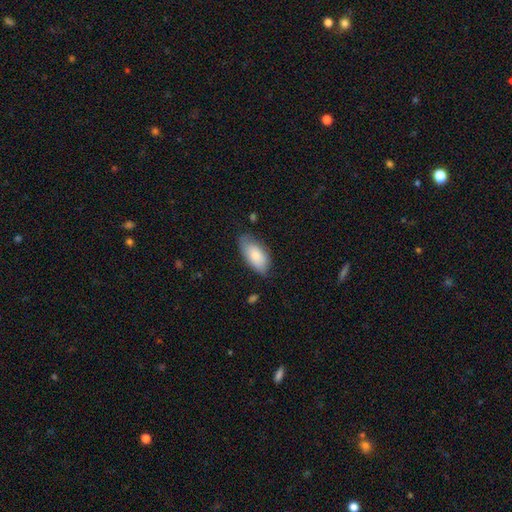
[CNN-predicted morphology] This is clearly a smooth galaxy (80%). How rounded: clearly in between (92%). Merging: likely none (69%).